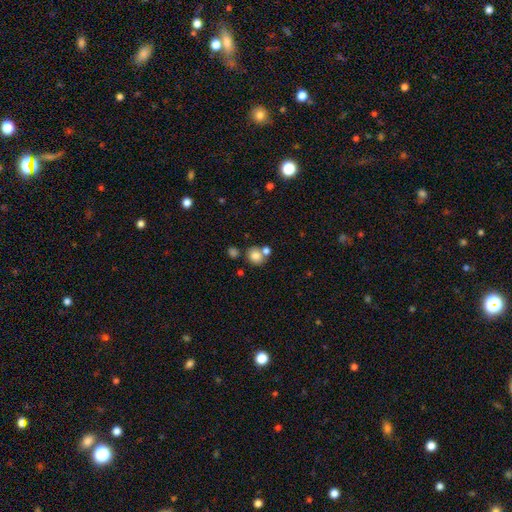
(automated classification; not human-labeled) Smooth or featured?
  - smooth: 81% *
  - star or artifact: 10%
  - featured or disk: 9%
How rounded?
  - round: 77% *
  - in between: 23%
  - cigar-shaped: 1%
Merging?
  - none: 56% *
  - merger: 29%
  - minor disturbance: 11%
  - major disturbance: 4%